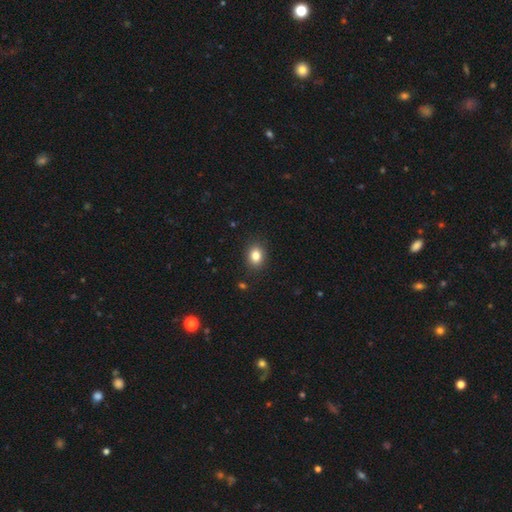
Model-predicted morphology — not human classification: This appears to be a smooth galaxy with no disk features (83%) that is in between round and cigar-shaped (54%). Merging: none (88%).